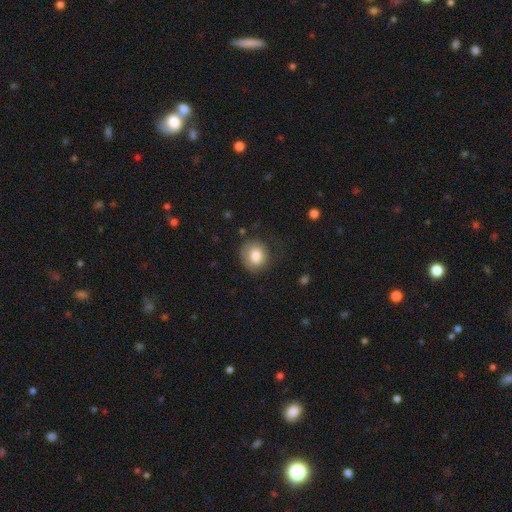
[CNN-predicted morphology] Q: Smooth or featured?
A: smooth (80%); runner-up: featured or disk (13%)
Q: How rounded?
A: round (77%); runner-up: in between (22%)
Q: Merging?
A: none (69%); runner-up: minor disturbance (20%)